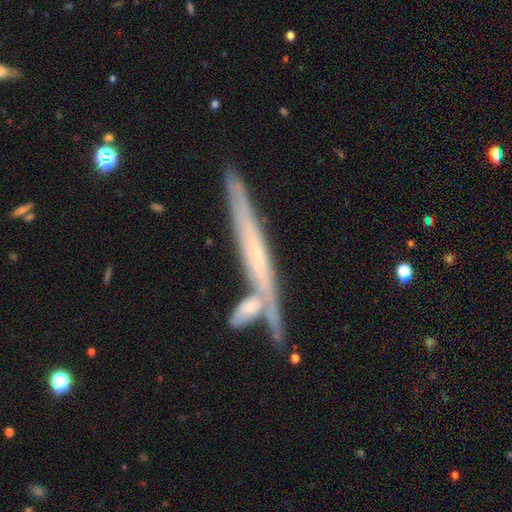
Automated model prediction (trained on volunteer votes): Morphology: type=featured or disk (64%); edge-on=yes (91%); edge-on bulge=none (71%); merging=none (66%).